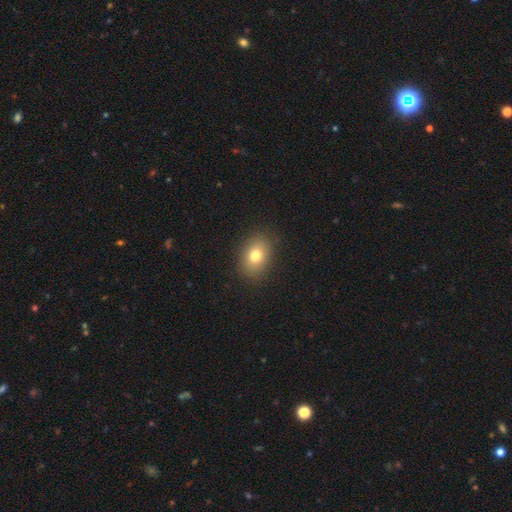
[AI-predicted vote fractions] smooth-or-featured: smooth: 77% | featured or disk: 12% | star or artifact: 11%
  how-rounded: in between: 73% | round: 26% | cigar-shaped: 1%
  merging: none: 87% | minor disturbance: 9% | major disturbance: 3% | merger: 1%